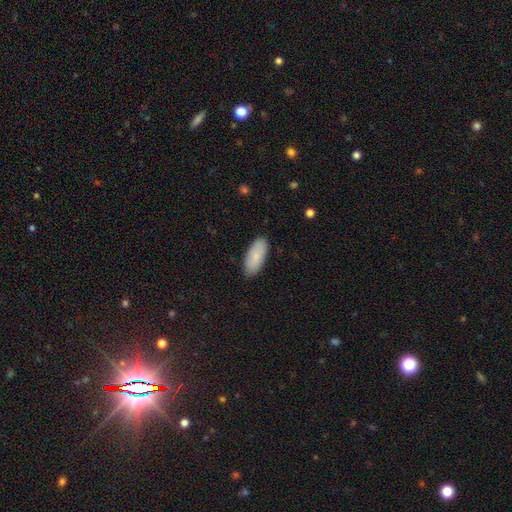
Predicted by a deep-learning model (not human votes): Smooth or featured: smooth — 87% (featured or disk — 8%)
How rounded: in between — 86% (cigar-shaped — 13%)
Merging: none — 87% (minor disturbance — 10%)